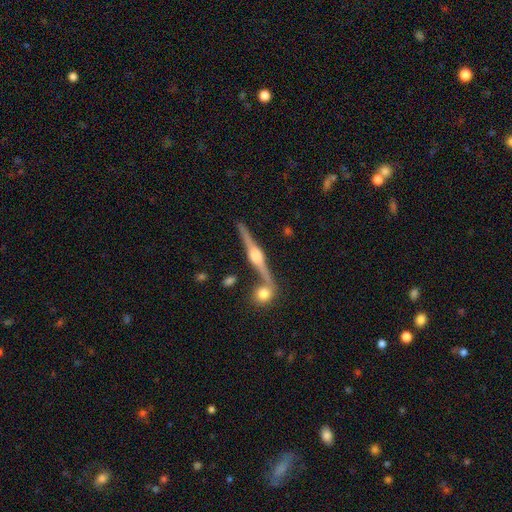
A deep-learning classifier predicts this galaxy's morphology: Overall: featured or disk (87%). Edge-on disk: yes (98%). Edge-on bulge: rounded (91%). Merging: none (79%).